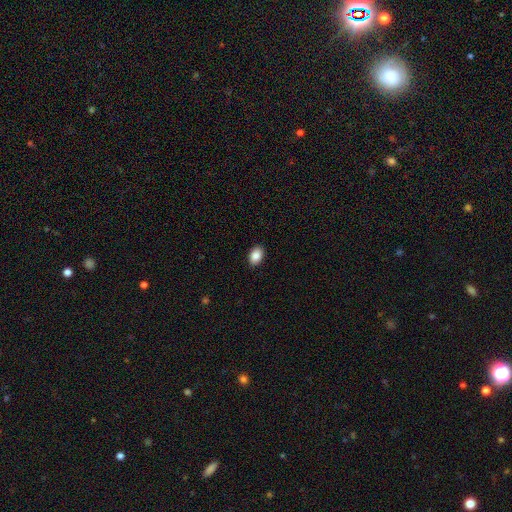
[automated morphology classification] Smooth or featured?
  - smooth: 88% *
  - star or artifact: 8%
  - featured or disk: 4%
How rounded?
  - in between: 84% *
  - round: 15%
  - cigar-shaped: 1%
Merging?
  - none: 90% *
  - minor disturbance: 7%
  - major disturbance: 2%
  - merger: 1%